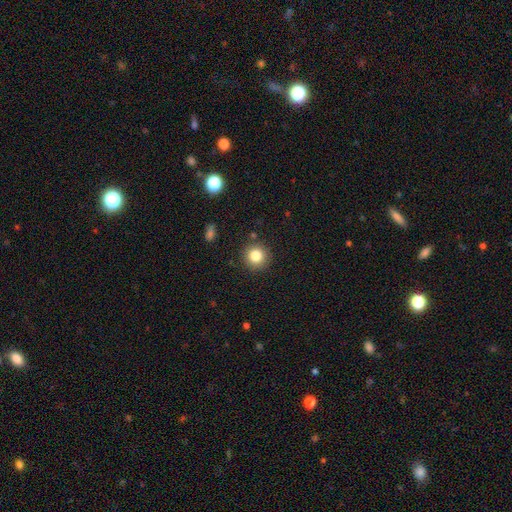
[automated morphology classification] smooth-or-featured: smooth: 82% | star or artifact: 11% | featured or disk: 7%
  how-rounded: round: 94% | in between: 5% | cigar-shaped: 1%
  merging: none: 89% | minor disturbance: 7% | major disturbance: 2% | merger: 2%